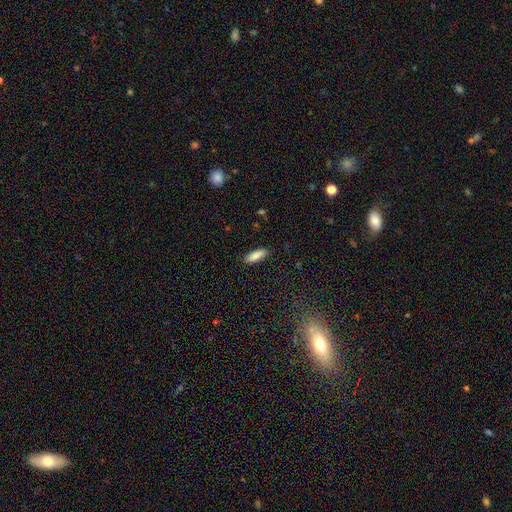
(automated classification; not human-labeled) This appears to be a smooth galaxy with no disk features (87%) that is in between round and cigar-shaped (55%). Merging: none (87%).